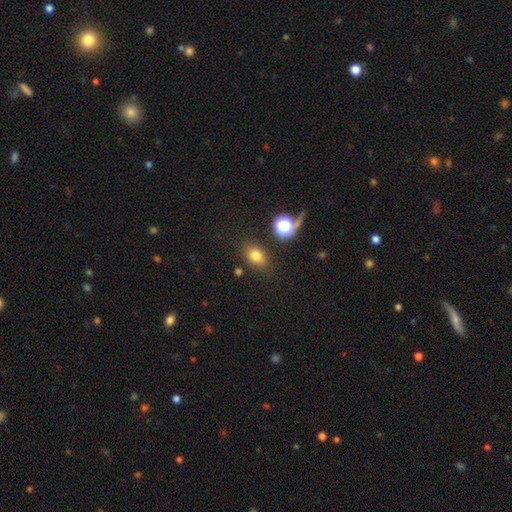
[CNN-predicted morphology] A smooth galaxy with no disk features (76%) that is in between round and cigar-shaped (68%). Merging: none (81%).